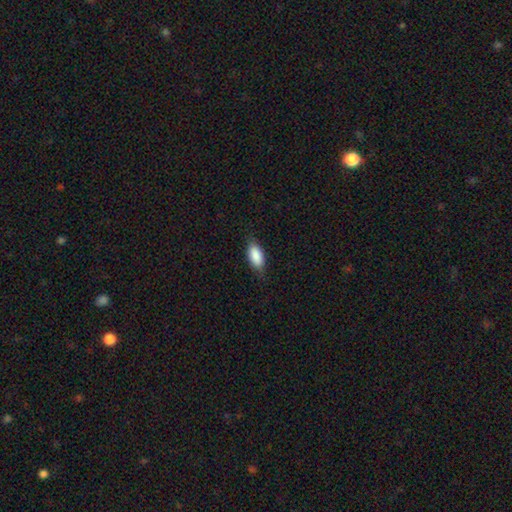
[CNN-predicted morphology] smooth 88%, star or artifact 6%, featured or disk 6%. Down the decision tree: how rounded — in between (90%); merging — none (80%).